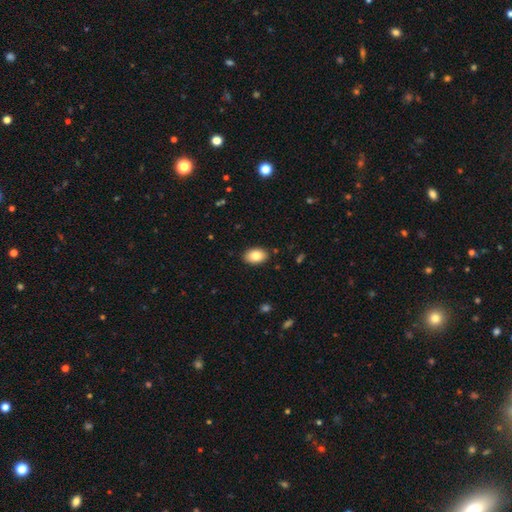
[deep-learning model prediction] Smooth or featured? smooth (82%)
How rounded? in between (89%)
Merging? none (88%)